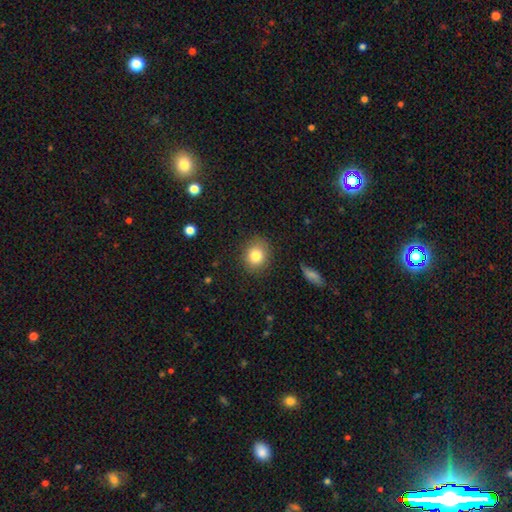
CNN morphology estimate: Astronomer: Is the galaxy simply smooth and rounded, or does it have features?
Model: smooth — 82%.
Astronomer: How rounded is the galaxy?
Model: round — 76%.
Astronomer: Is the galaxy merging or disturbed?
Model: none — 86%.